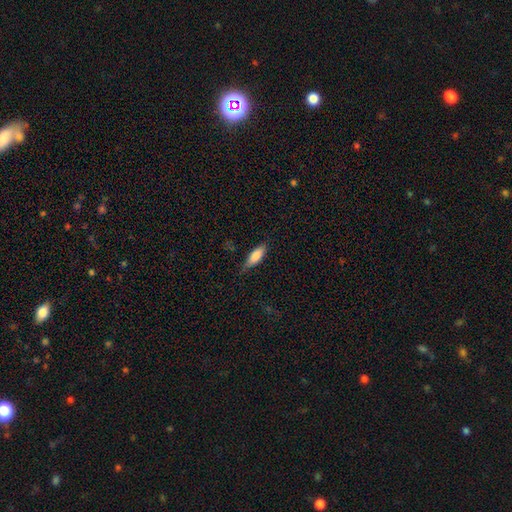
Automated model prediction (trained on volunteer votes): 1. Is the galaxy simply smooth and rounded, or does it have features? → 80% smooth, 13% featured or disk, 6% star or artifact.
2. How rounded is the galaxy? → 58% in between, 40% cigar-shaped, 2% round.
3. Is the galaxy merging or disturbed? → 71% none, 23% minor disturbance, 5% major disturbance, 1% merger.